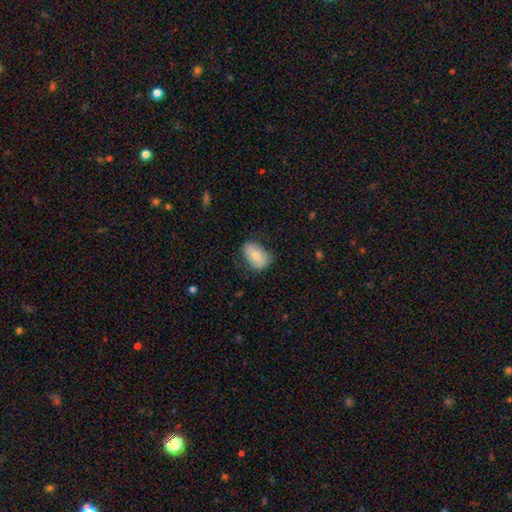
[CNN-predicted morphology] Smooth or featured? smooth (68%)
How rounded? in between (86%)
Merging? none (71%)